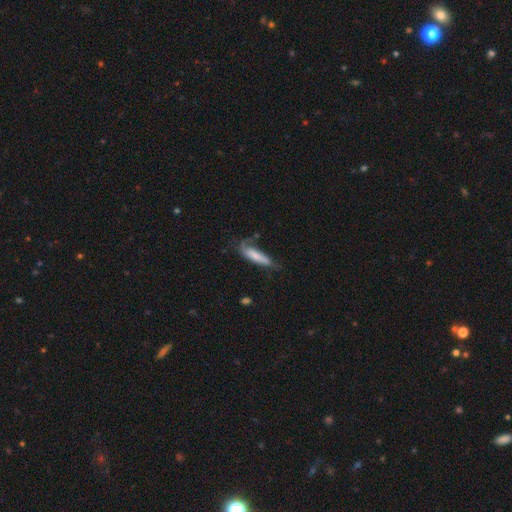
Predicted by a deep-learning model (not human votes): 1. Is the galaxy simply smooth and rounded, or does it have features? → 60% smooth, 34% featured or disk, 7% star or artifact.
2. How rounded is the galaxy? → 61% cigar-shaped, 37% in between, 2% round.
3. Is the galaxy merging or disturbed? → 38% none, 29% major disturbance, 28% minor disturbance, 6% merger.